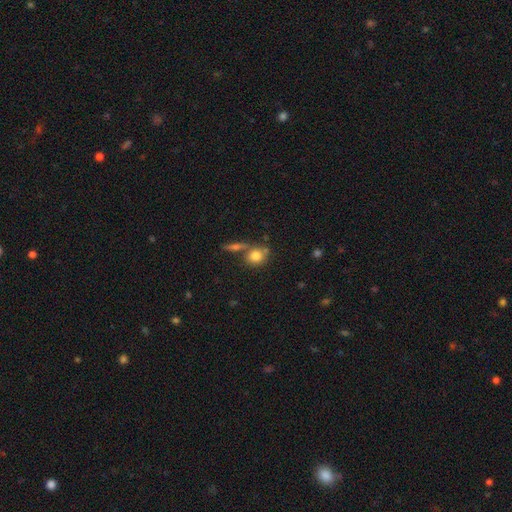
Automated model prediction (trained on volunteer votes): Smooth or featured?
  - smooth: 78% *
  - featured or disk: 12%
  - star or artifact: 10%
How rounded?
  - round: 67% *
  - in between: 30%
  - cigar-shaped: 3%
Merging?
  - none: 55% *
  - merger: 26%
  - minor disturbance: 13%
  - major disturbance: 6%